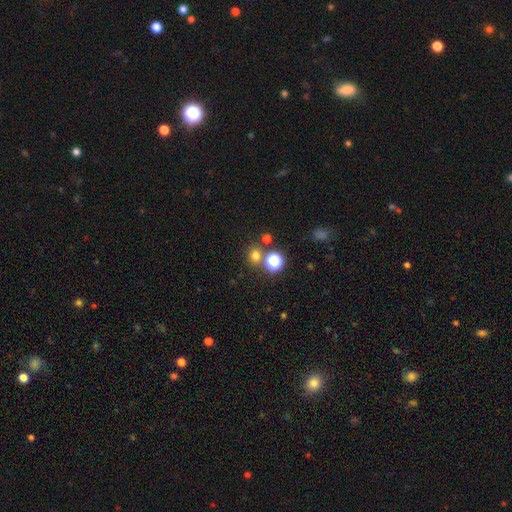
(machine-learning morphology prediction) type=smooth (68%); roundness=round (84%); merging=none (76%).